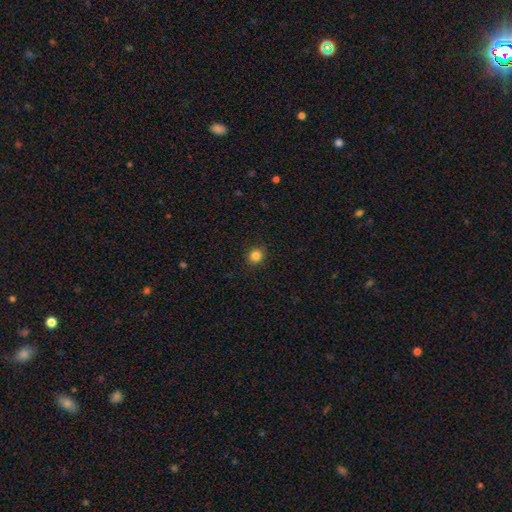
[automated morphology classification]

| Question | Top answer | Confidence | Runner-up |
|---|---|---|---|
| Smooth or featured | smooth | 84% | star or artifact (12%) |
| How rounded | round | 84% | in between (15%) |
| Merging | none | 91% | minor disturbance (6%) |